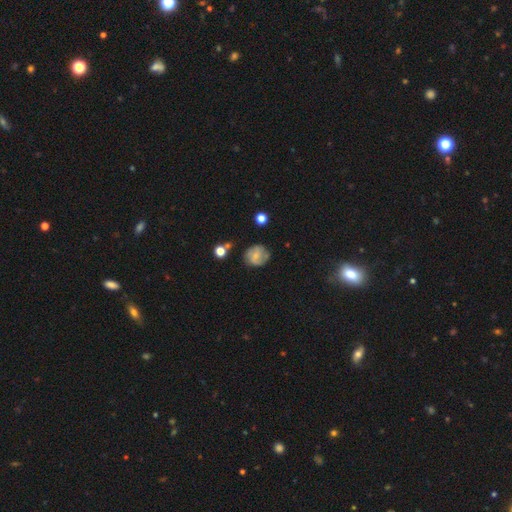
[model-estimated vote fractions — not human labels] The model was most divided on "smooth or featured": featured or disk: 47%, smooth: 43%, star or artifact: 9%. More confident: merging — none (68%).